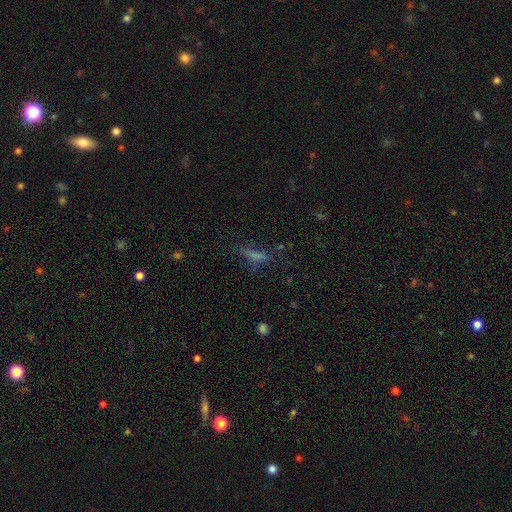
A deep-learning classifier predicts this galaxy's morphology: Smooth or featured? Predicted: smooth (p=0.54). How rounded? Predicted: cigar-shaped (p=0.70). Merging? Predicted: none (p=0.59).